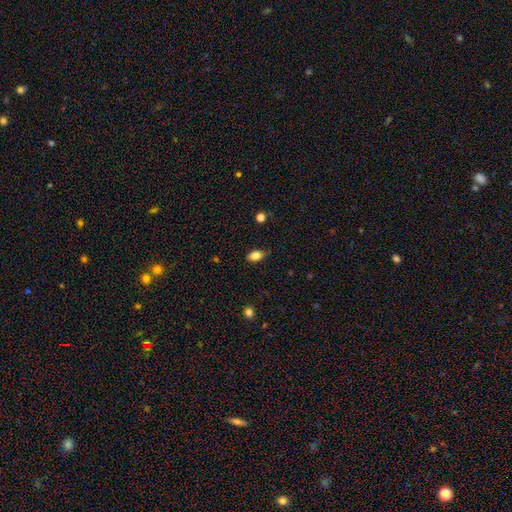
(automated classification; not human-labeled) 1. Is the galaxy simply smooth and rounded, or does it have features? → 82% smooth, 9% featured or disk, 9% star or artifact.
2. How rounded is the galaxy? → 88% in between, 8% round, 4% cigar-shaped.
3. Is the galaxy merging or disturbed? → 84% none, 12% minor disturbance, 2% major disturbance, 1% merger.